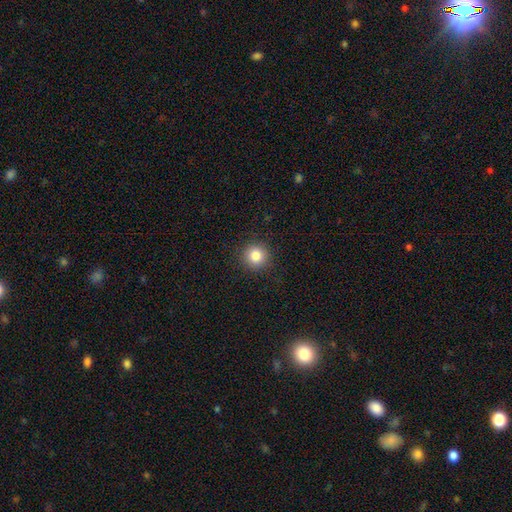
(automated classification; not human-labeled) Morphology: type=smooth (84%); roundness=round (94%); merging=none (91%).